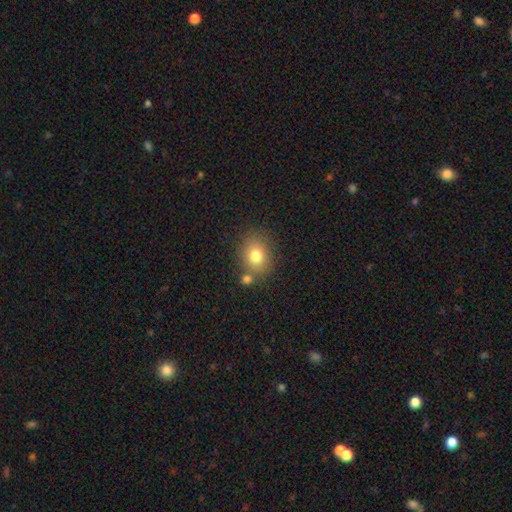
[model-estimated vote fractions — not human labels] A smooth galaxy with no disk features (77%) that is round (62%).

Vote fractions:
- Smooth or featured? smooth: 77% / star or artifact: 12% / featured or disk: 11%
- How rounded? round: 62% / in between: 37% / cigar-shaped: 1%
- Merging? none: 70% / merger: 14% / minor disturbance: 12% / major disturbance: 4%